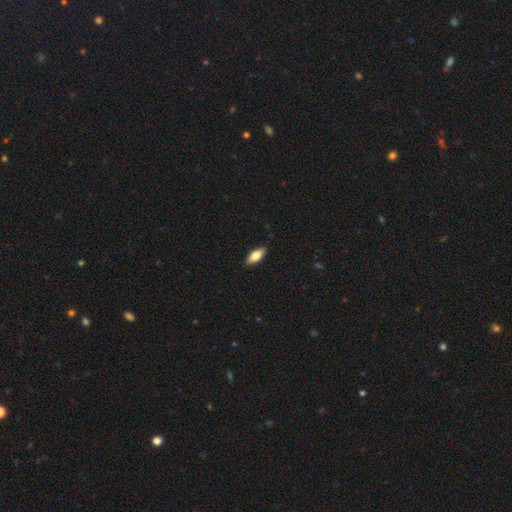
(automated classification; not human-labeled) smooth_or_featured: smooth (p=0.69) [alt: featured or disk p=0.24]
how_rounded: in between (p=0.76) [alt: cigar-shaped p=0.22]
merging: none (p=0.88) [alt: minor disturbance p=0.09]